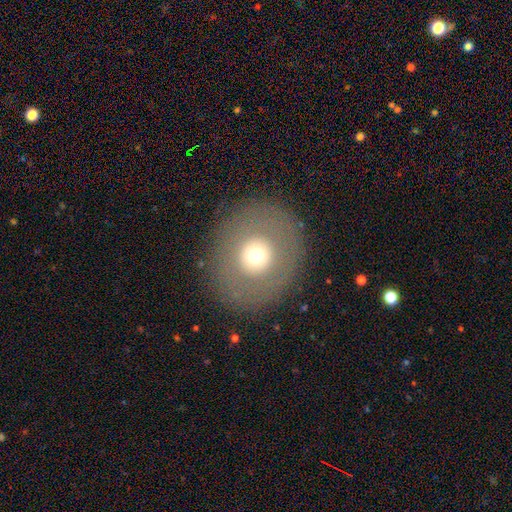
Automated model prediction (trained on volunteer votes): smooth_or_featured: smooth (p=0.58) [alt: featured or disk p=0.30]
how_rounded: round (p=0.87) [alt: in between p=0.12]
merging: none (p=0.86) [alt: minor disturbance p=0.07]